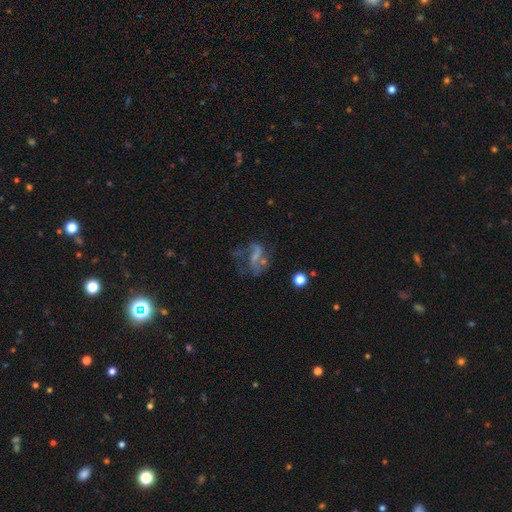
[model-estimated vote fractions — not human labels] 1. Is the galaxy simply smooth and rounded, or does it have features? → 57% featured or disk, 23% star or artifact, 21% smooth.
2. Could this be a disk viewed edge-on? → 95% no, 5% yes.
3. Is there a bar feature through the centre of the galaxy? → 45% no, 34% weak, 21% strong.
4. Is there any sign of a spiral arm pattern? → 59% yes, 41% no.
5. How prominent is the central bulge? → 54% none, 30% small, 12% moderate, 3% large, 1% dominant.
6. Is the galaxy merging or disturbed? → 42% none, 32% major disturbance, 18% minor disturbance, 8% merger.